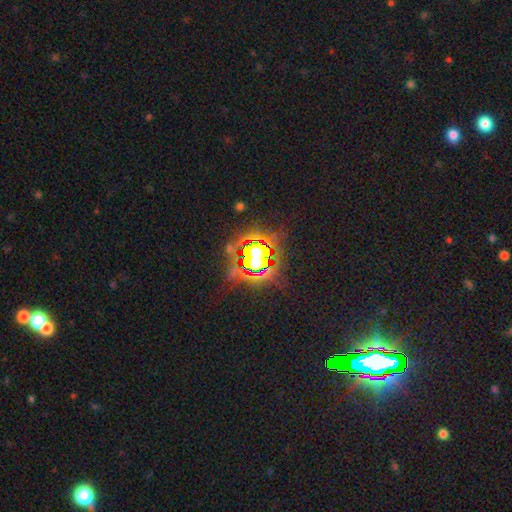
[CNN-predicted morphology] type=star or artifact (69%).